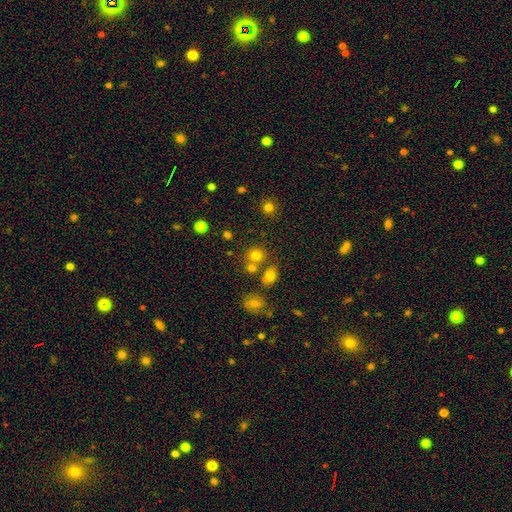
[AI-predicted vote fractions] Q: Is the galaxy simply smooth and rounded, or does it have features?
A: smooth — 76%.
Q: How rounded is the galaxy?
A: round — 84%.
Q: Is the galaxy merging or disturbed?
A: none — 68%.